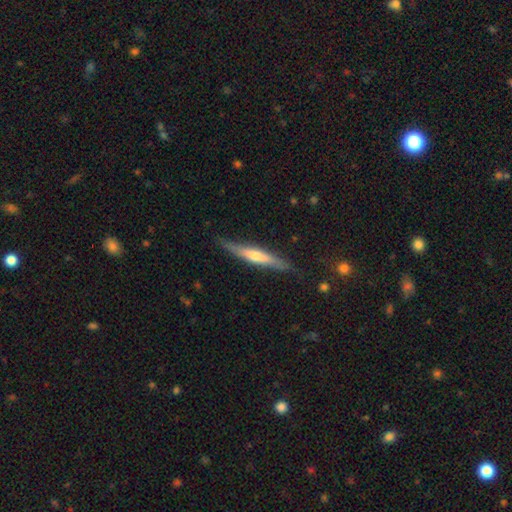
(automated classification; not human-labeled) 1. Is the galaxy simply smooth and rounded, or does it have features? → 58% featured or disk, 37% smooth, 6% star or artifact.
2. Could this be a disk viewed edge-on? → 94% yes, 6% no.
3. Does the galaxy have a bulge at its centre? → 70% rounded, 20% none, 10% boxy.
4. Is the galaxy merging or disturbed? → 81% none, 15% minor disturbance, 3% major disturbance, 1% merger.